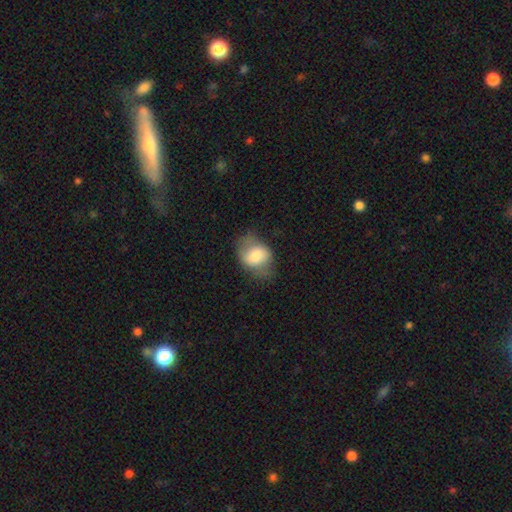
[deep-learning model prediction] smooth-or-featured: smooth: 68% | featured or disk: 24% | star or artifact: 8%
  how-rounded: in between: 63% | round: 35% | cigar-shaped: 1%
  merging: none: 53% | minor disturbance: 30% | major disturbance: 15% | merger: 2%